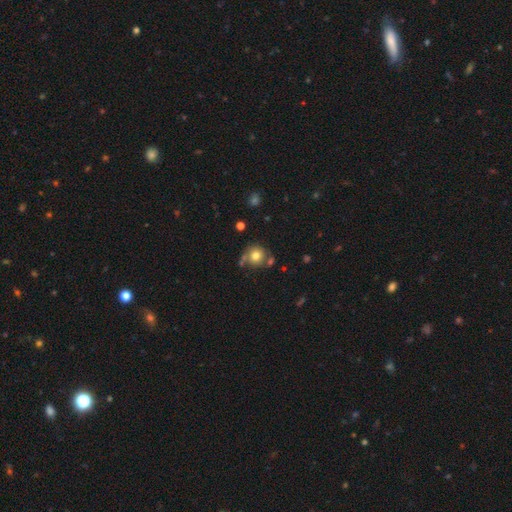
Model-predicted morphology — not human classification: smooth_or_featured: smooth (p=0.75) [alt: featured or disk p=0.14]
how_rounded: round (p=0.89) [alt: in between p=0.10]
merging: none (p=0.65) [alt: merger p=0.16]